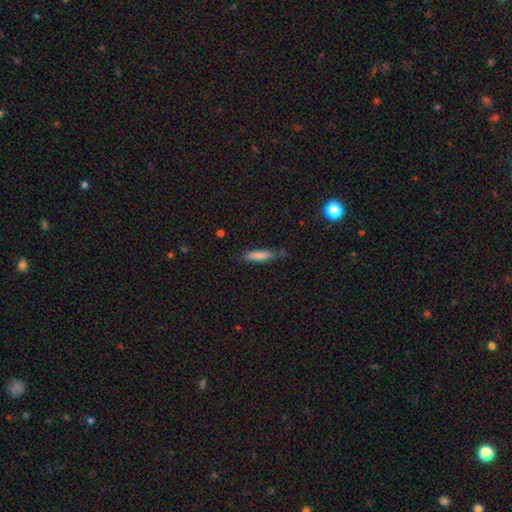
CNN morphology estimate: Smooth or featured? smooth (70%)
How rounded? cigar-shaped (80%)
Merging? none (76%)